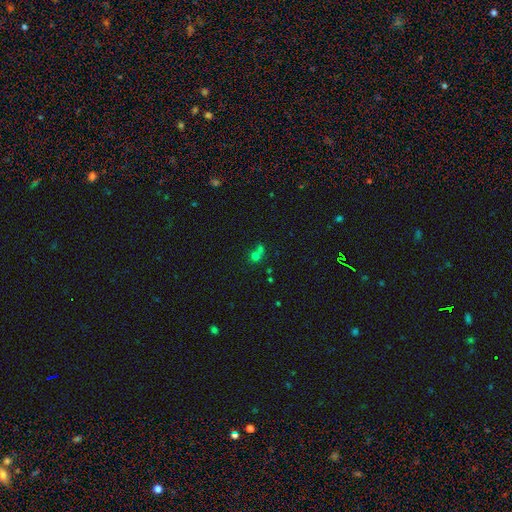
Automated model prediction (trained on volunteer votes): smooth-or-featured: smooth: 61% | star or artifact: 25% | featured or disk: 14%
  how-rounded: round: 83% | in between: 16% | cigar-shaped: 1%
  merging: merger: 47% | none: 42% | minor disturbance: 7% | major disturbance: 4%